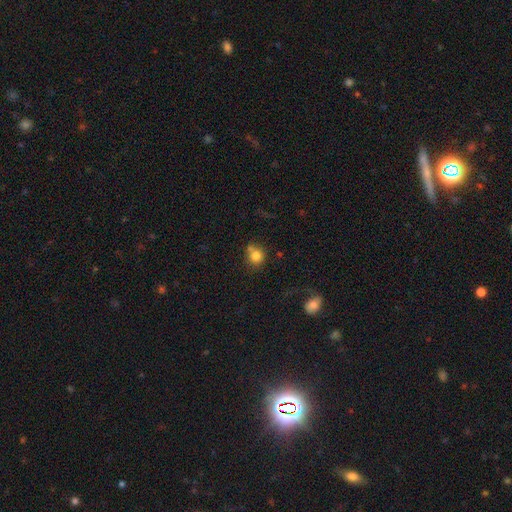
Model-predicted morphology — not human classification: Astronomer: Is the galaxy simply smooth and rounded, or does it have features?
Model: smooth — 80%.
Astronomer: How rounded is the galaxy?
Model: round — 84%.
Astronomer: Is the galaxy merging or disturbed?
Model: none — 58%.